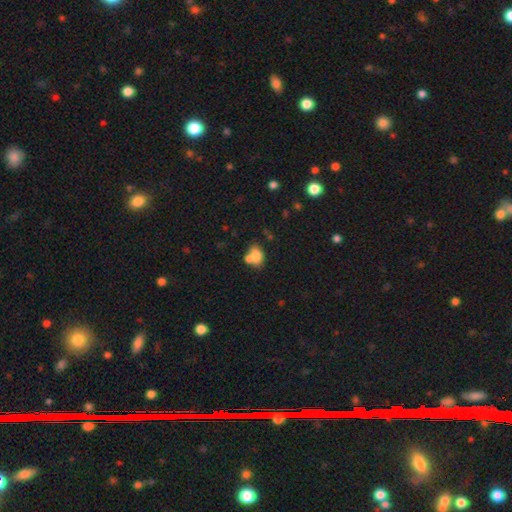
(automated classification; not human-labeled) Smooth or featured?
  - smooth: 75% *
  - featured or disk: 14%
  - star or artifact: 10%
How rounded?
  - in between: 73% *
  - round: 25%
  - cigar-shaped: 2%
Merging?
  - merger: 43% *
  - none: 39%
  - minor disturbance: 13%
  - major disturbance: 5%